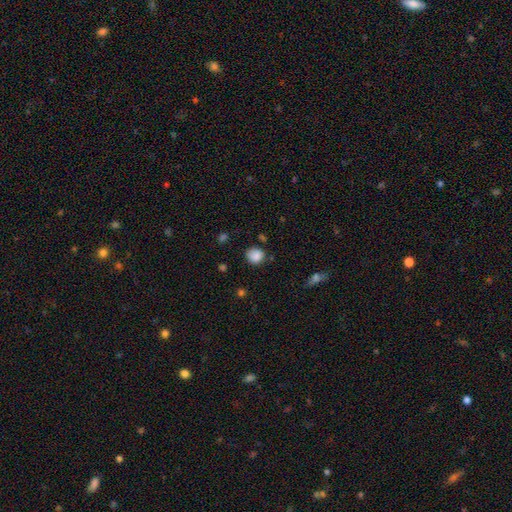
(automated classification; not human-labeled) Smooth or featured? Predicted: smooth (p=0.86). How rounded? Predicted: round (p=0.80). Merging? Predicted: none (p=0.74).